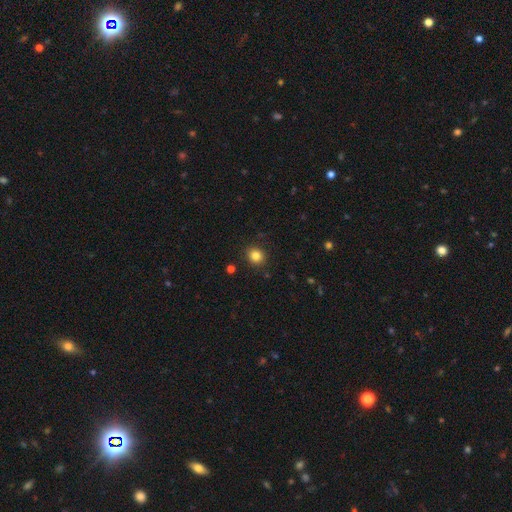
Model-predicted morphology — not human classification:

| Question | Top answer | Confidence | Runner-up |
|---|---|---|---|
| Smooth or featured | smooth | 83% | star or artifact (12%) |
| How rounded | round | 80% | in between (19%) |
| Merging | none | 90% | minor disturbance (7%) |